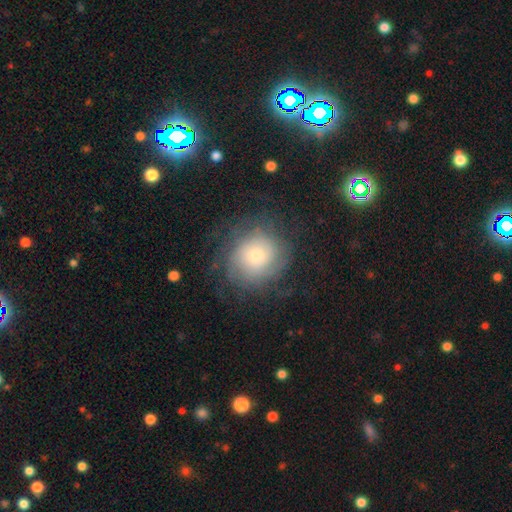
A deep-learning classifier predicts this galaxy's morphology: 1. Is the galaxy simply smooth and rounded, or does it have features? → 49% featured or disk, 40% smooth, 11% star or artifact.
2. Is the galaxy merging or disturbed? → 72% none, 16% minor disturbance, 10% major disturbance, 1% merger.